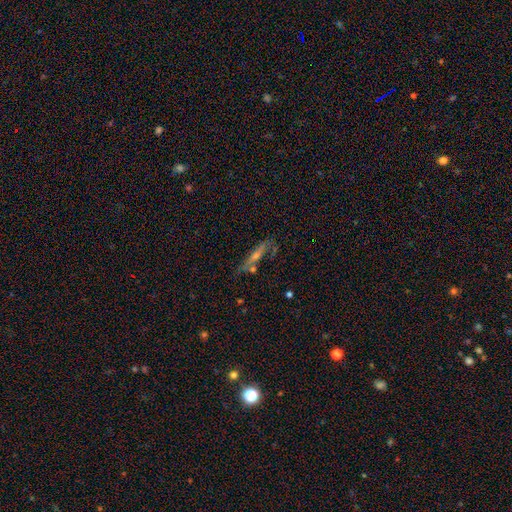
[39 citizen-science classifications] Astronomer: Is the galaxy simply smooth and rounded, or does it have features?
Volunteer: featured or disk — 64%.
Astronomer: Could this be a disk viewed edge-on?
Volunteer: yes — 88%.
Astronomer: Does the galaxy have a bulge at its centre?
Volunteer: rounded — 95%.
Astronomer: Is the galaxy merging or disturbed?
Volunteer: none — 69%.